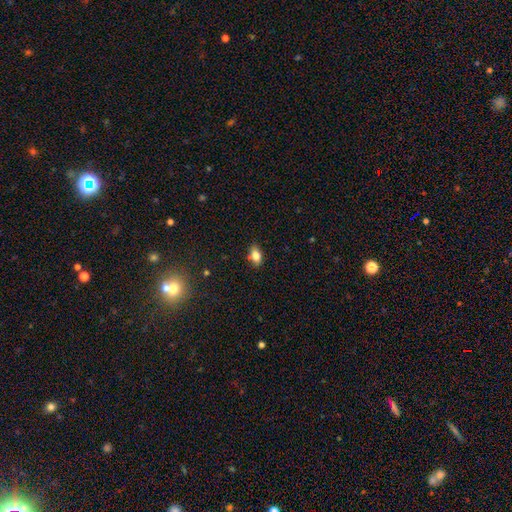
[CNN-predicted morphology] smooth-or-featured: smooth: 80% | featured or disk: 10% | star or artifact: 10%
  how-rounded: in between: 81% | round: 16% | cigar-shaped: 3%
  merging: none: 79% | minor disturbance: 15% | major disturbance: 3% | merger: 2%